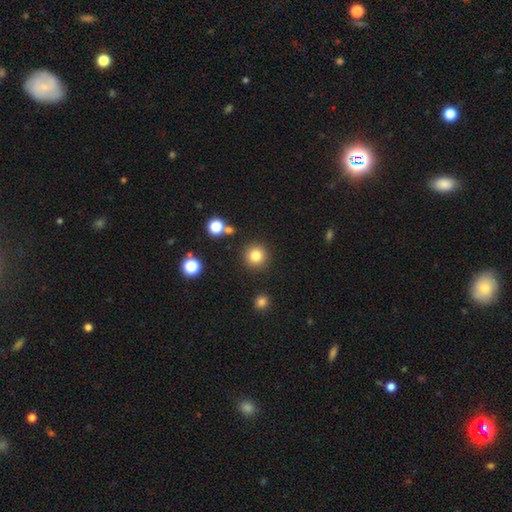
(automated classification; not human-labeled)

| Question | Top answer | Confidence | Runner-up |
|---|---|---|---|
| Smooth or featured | smooth | 82% | star or artifact (12%) |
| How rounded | round | 95% | in between (4%) |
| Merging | none | 89% | minor disturbance (6%) |